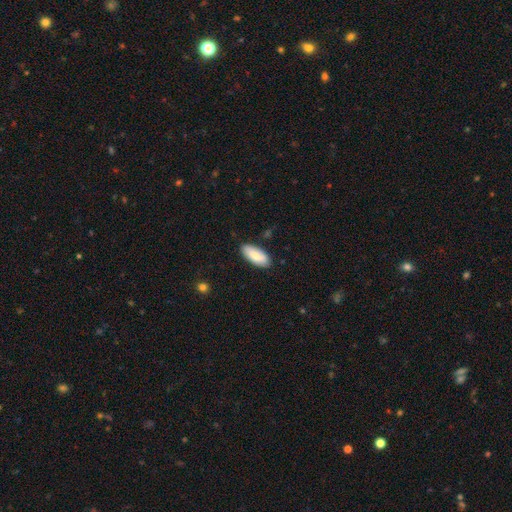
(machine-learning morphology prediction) The model was most divided on "smooth or featured": smooth: 81%, featured or disk: 13%, star or artifact: 6%. More confident: how rounded — in between (86%); merging — none (84%).